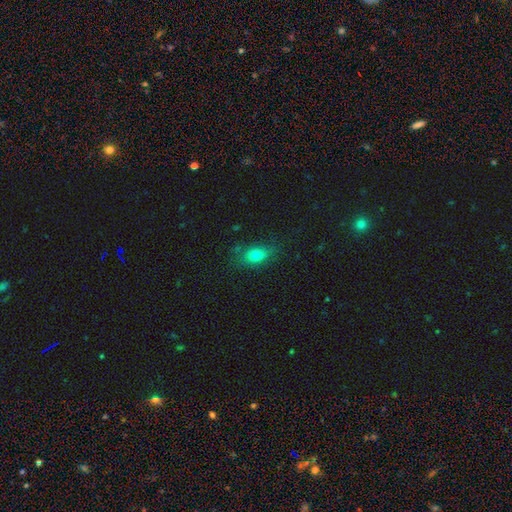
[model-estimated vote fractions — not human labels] Q: Smooth or featured?
A: smooth (75%); runner-up: featured or disk (13%)
Q: How rounded?
A: in between (76%); runner-up: round (18%)
Q: Merging?
A: none (74%); runner-up: minor disturbance (19%)